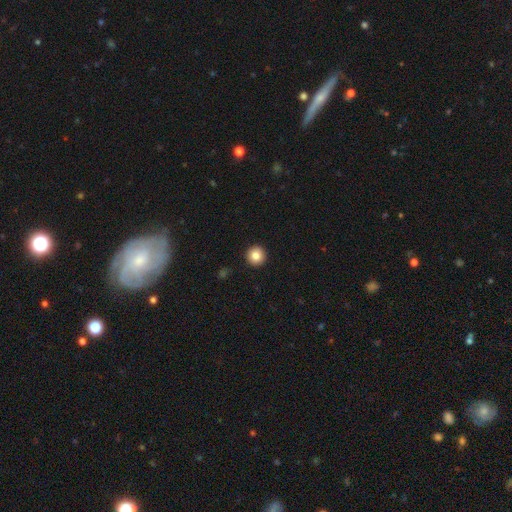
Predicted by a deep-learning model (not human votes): Smooth or featured? Predicted: smooth (p=0.85). How rounded? Predicted: round (p=0.96). Merging? Predicted: none (p=0.93).